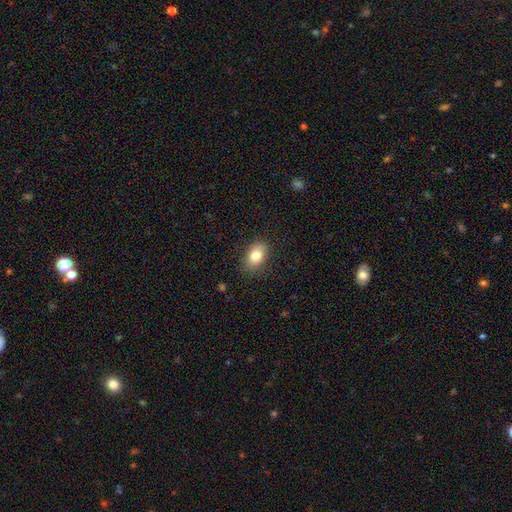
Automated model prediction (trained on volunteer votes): Smooth or featured? Predicted: smooth (p=0.80). How rounded? Predicted: in between (p=0.83). Merging? Predicted: none (p=0.86).